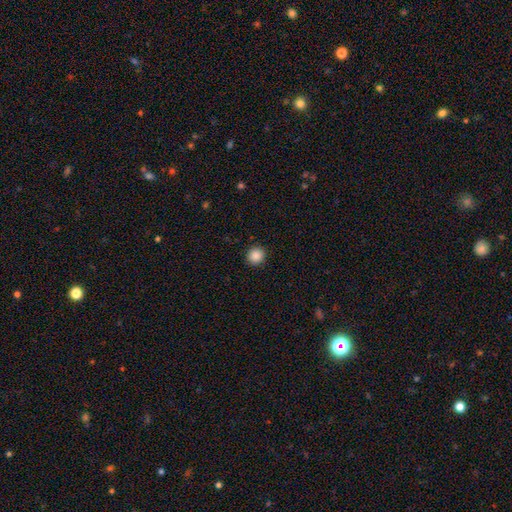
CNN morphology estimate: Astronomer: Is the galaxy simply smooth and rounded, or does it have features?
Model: smooth — 88%.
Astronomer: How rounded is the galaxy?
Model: round — 90%.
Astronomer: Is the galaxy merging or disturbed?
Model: none — 92%.